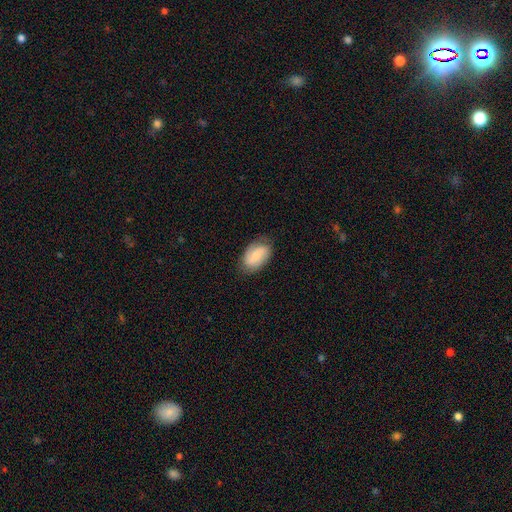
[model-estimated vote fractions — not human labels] smooth_or_featured: smooth (p=0.53) [alt: featured or disk p=0.40]
how_rounded: in between (p=0.91) [alt: round p=0.07]
merging: none (p=0.77) [alt: minor disturbance p=0.18]